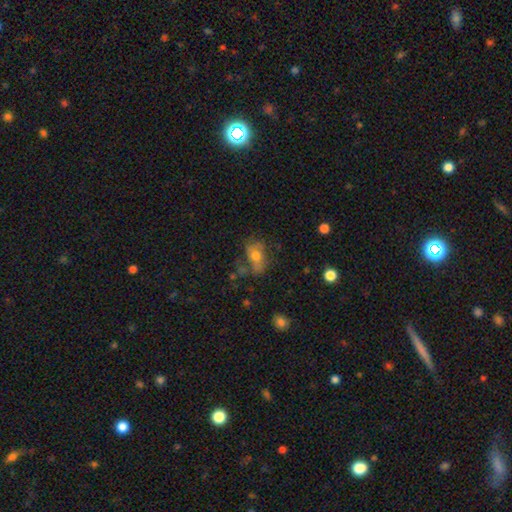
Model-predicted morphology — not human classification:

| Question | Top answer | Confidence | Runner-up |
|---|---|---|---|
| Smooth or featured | smooth | 47% | featured or disk (42%) |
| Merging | none | 44% | minor disturbance (25%) |